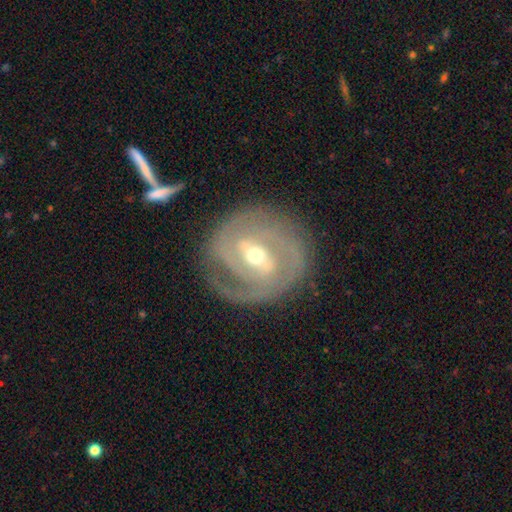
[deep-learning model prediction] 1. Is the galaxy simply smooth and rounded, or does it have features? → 88% featured or disk, 7% smooth, 5% star or artifact.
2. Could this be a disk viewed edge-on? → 97% no, 3% yes.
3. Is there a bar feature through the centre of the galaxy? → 46% weak, 35% strong, 19% no.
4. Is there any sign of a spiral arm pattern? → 95% yes, 5% no.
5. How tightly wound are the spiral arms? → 69% tight, 25% medium, 5% loose.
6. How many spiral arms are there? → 50% 2, 21% 3, 17% can't tell, 5% 1, 4% 4, 3% more than 4.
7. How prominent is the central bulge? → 57% moderate, 40% small, 2% large, 1% none, 1% dominant.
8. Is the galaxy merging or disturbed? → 78% none, 14% minor disturbance, 6% major disturbance, 2% merger.